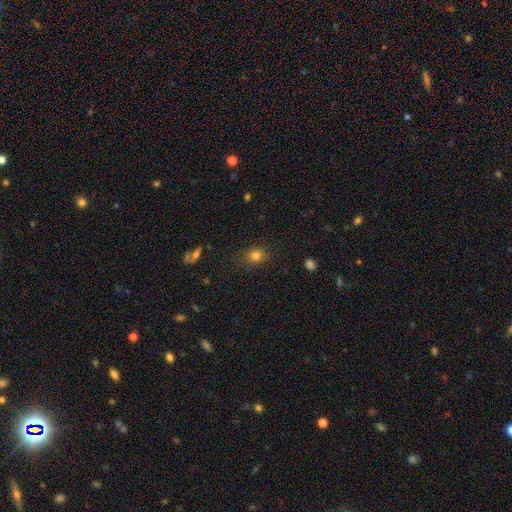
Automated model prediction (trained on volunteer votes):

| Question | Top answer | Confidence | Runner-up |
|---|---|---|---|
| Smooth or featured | smooth | 80% | star or artifact (13%) |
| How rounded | round | 55% | in between (44%) |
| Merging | none | 81% | minor disturbance (13%) |